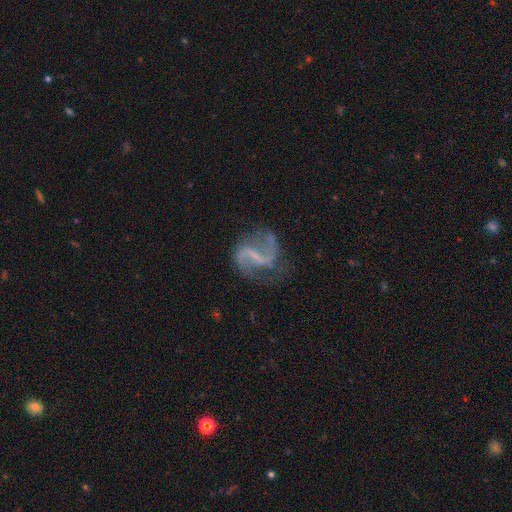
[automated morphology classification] smooth-or-featured: featured or disk: 90% | star or artifact: 6% | smooth: 5%
  disk-edge-on: no: 98% | yes: 2%
    bar: weak: 44% | strong: 38% | no: 18%
    has-spiral-arms: yes: 96% | no: 4%
      spiral-winding: loose: 56% | medium: 37% | tight: 7%
      spiral-arm-count: 2: 92% | 1: 3% | can't tell: 2% | 3: 1% | 4: 1% | more than 4: 1%
    bulge-size: none: 49% | small: 41% | moderate: 8% | large: 1% | dominant: 1%
  merging: none: 69% | minor disturbance: 17% | major disturbance: 12% | merger: 2%